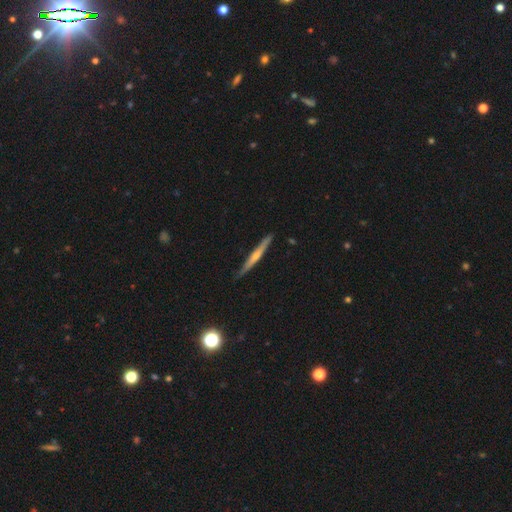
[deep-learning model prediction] The model was most divided on "smooth or featured": featured or disk: 64%, smooth: 30%, star or artifact: 6%. More confident: edge-on disk — yes (97%); merging — none (87%); edge-on bulge — rounded (67%).